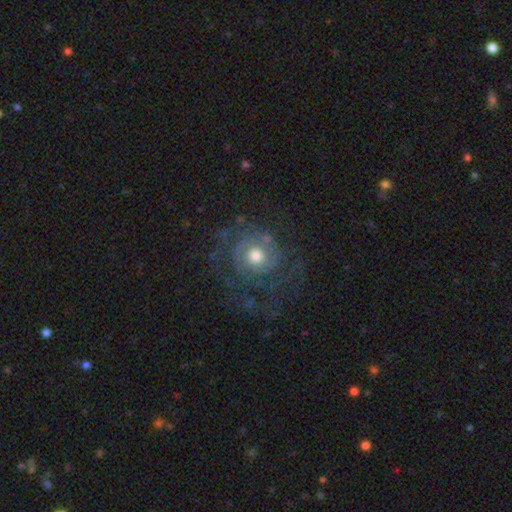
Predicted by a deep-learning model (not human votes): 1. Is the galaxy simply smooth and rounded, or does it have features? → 64% featured or disk, 23% smooth, 13% star or artifact.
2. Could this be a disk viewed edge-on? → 97% no, 3% yes.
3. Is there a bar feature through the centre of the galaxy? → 83% no, 14% weak, 3% strong.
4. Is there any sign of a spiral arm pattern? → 75% yes, 25% no.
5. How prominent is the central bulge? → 66% moderate, 20% small, 11% large, 2% dominant, 1% none.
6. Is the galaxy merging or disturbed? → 66% none, 17% major disturbance, 15% minor disturbance, 1% merger.